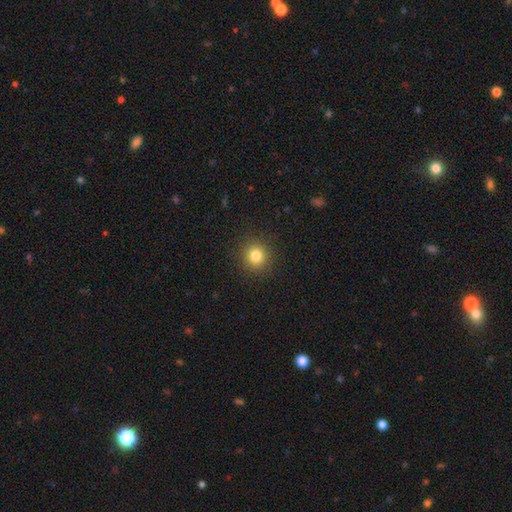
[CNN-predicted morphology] smooth-or-featured: smooth: 81% | star or artifact: 12% | featured or disk: 6%
  how-rounded: round: 91% | in between: 8% | cigar-shaped: 1%
  merging: none: 91% | minor disturbance: 6% | major disturbance: 2% | merger: 1%